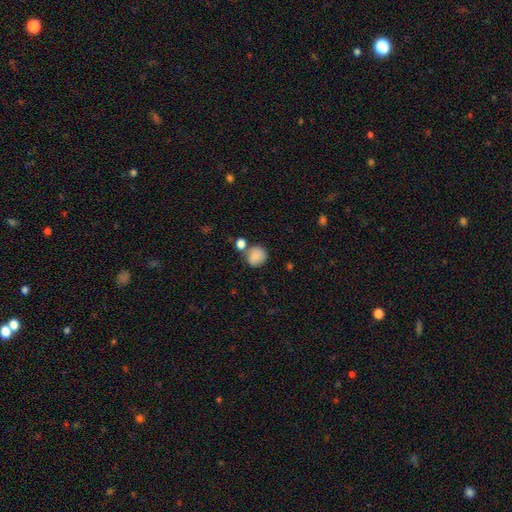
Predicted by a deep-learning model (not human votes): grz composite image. It shows a smooth galaxy with no disk features (85%) that is round (84%). Merging: none (62%).